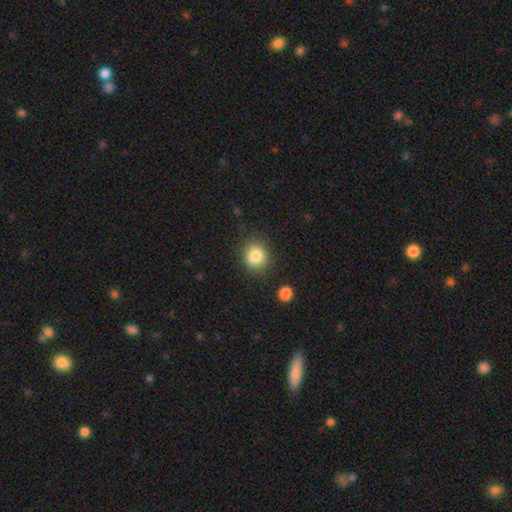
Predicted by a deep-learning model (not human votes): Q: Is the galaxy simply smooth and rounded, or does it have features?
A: smooth — 84%.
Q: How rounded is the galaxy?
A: round — 83%.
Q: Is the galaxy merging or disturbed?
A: none — 81%.